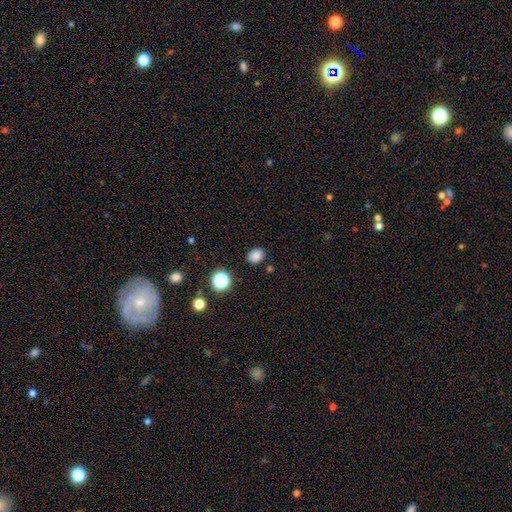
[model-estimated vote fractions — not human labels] The model was most divided on "how rounded": round: 52%, in between: 47%, cigar-shaped: 1%. More confident: merging — none (86%); smooth or featured — smooth (83%).